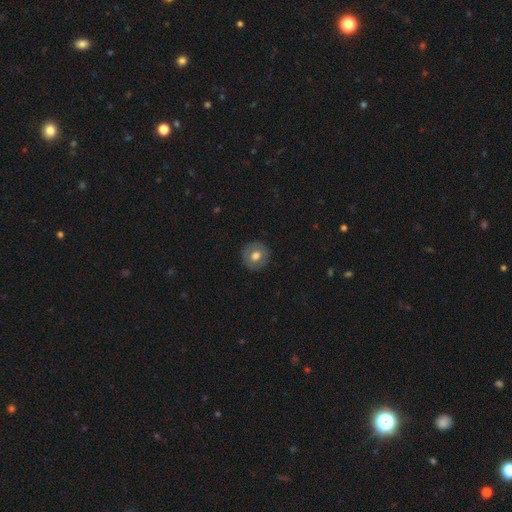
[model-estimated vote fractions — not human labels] Smooth or featured? Predicted: smooth (p=0.65). How rounded? Predicted: round (p=0.91). Merging? Predicted: none (p=0.88).